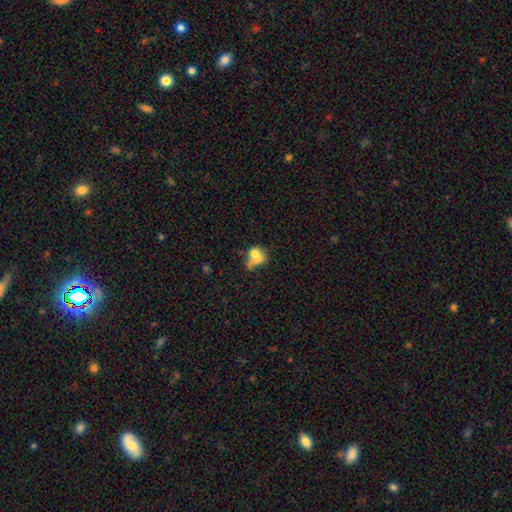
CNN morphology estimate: Smooth or featured?
  - smooth: 64% *
  - featured or disk: 25%
  - star or artifact: 11%
How rounded?
  - round: 49% * (tied)
  - in between: 49% * (tied)
  - cigar-shaped: 2%
Merging?
  - merger: 58% *
  - none: 22%
  - minor disturbance: 10%
  - major disturbance: 10%